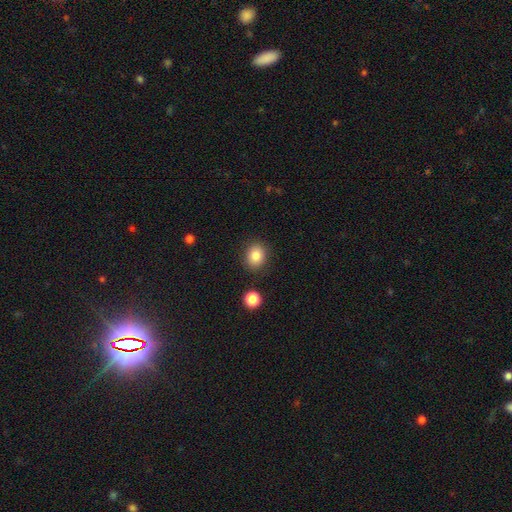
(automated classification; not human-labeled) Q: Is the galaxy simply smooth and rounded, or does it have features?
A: smooth — 84%.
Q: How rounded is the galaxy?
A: round — 66%.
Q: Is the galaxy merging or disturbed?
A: none — 88%.